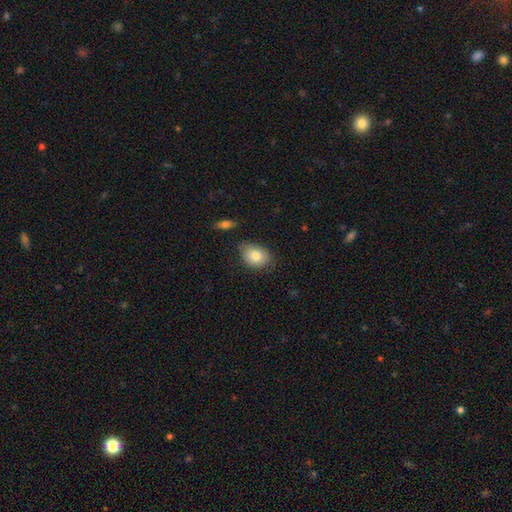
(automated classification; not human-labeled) The model was most divided on "how rounded": in between: 74%, round: 25%, cigar-shaped: 1%. More confident: smooth or featured — smooth (81%); merging — none (73%).